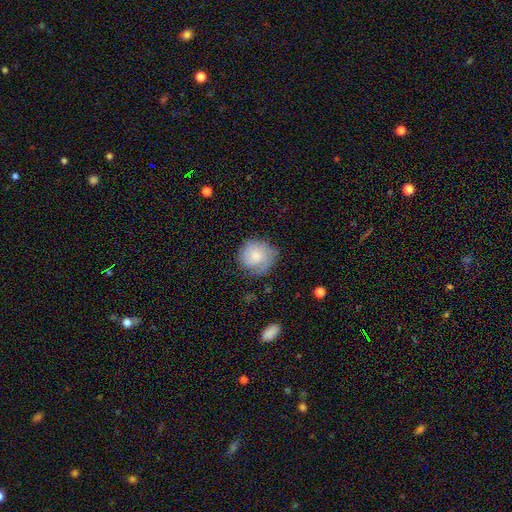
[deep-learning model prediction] Smooth or featured: smooth — 64% (featured or disk — 28%)
How rounded: round — 86% (in between — 13%)
Merging: none — 65% (minor disturbance — 24%)